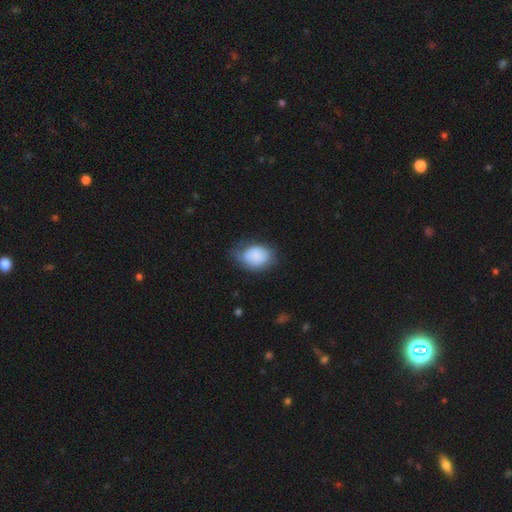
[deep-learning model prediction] This is likely a smooth galaxy (79%). How rounded: likely in between (69%). Merging: possibly none (51%).